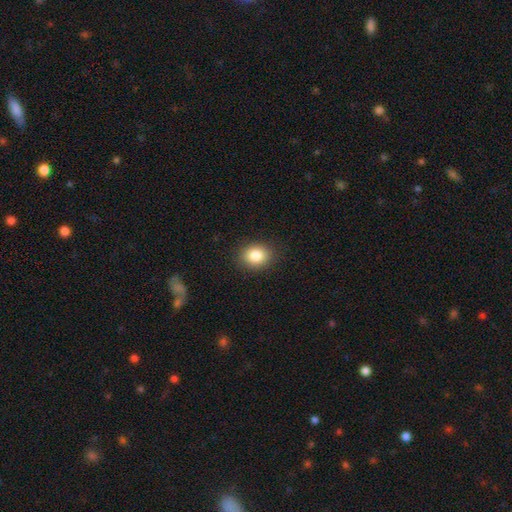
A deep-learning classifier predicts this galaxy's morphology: Overall: smooth (85%). How rounded: in between (50%; round 49%). Merging: none (88%).